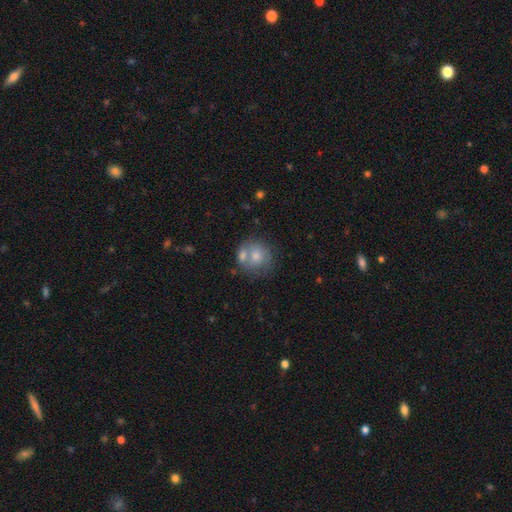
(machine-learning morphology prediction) Smooth or featured: smooth — 69% (featured or disk — 24%)
How rounded: round — 78% (in between — 21%)
Merging: merger — 43% (none — 38%)